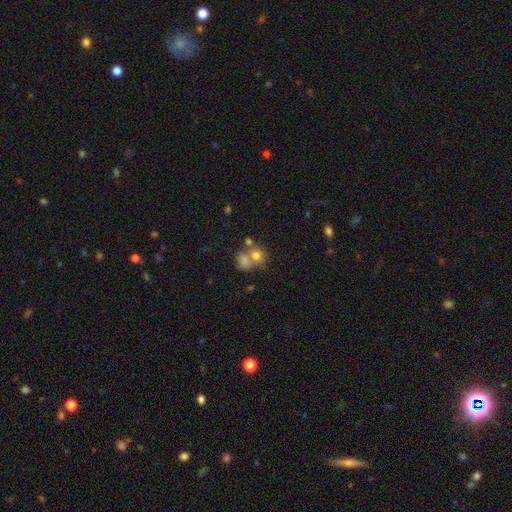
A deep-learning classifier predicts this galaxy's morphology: Q: Smooth or featured?
A: smooth (75%); runner-up: featured or disk (13%)
Q: How rounded?
A: round (71%); runner-up: in between (28%)
Q: Merging?
A: merger (45%); runner-up: none (39%)